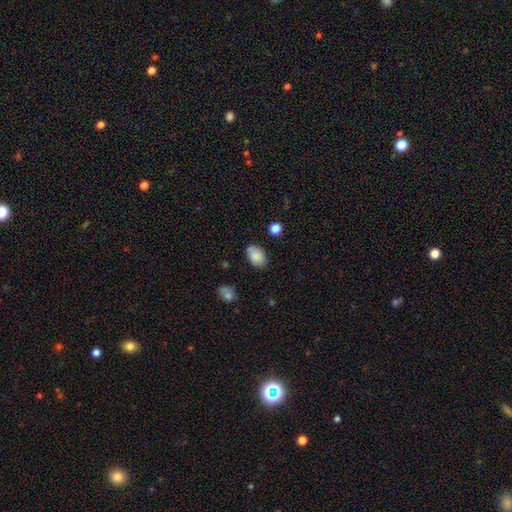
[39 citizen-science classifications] A smooth galaxy with no disk features (85%) that is in between round and cigar-shaped (73%). Merging: none (63%).